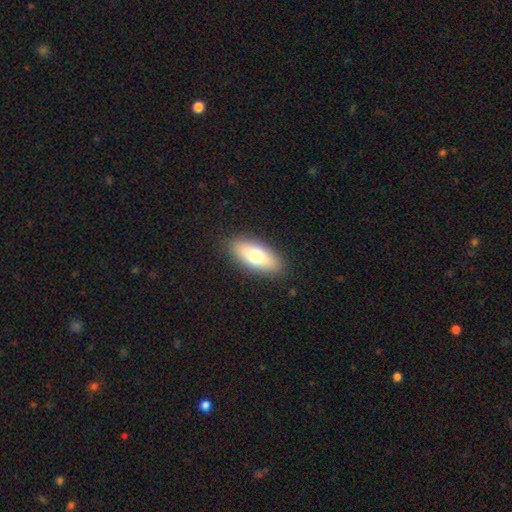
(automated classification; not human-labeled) Overall: smooth (71%). How rounded: in between (82%). Merging: none (87%).